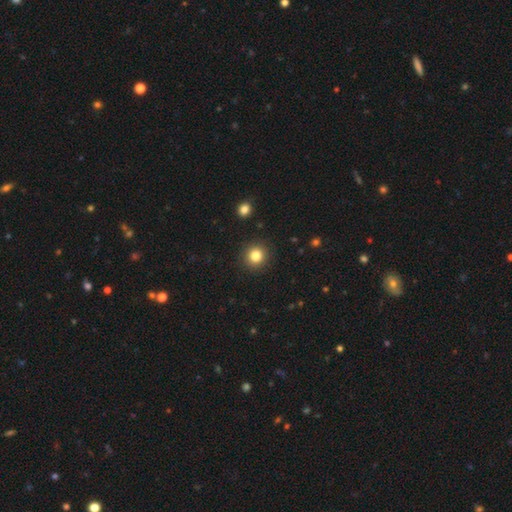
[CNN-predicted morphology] Smooth or featured? Predicted: smooth (p=0.82). How rounded? Predicted: round (p=0.92). Merging? Predicted: none (p=0.91).